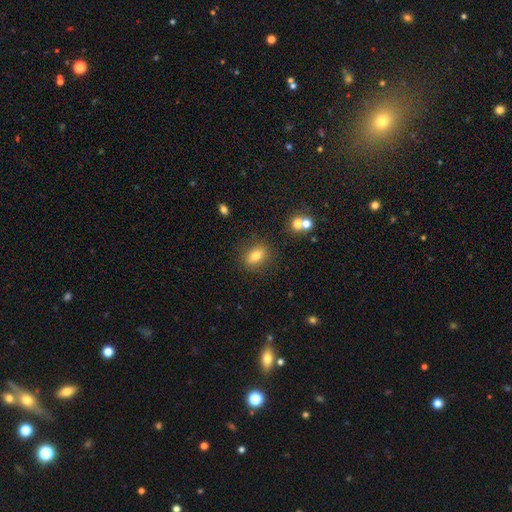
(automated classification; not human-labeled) A smooth galaxy with no disk features (76%) that is in between round and cigar-shaped (72%). Merging: none (83%).